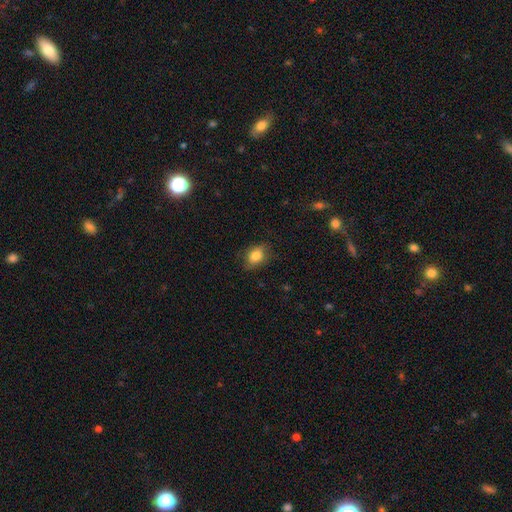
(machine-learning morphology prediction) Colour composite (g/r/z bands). It shows a smooth galaxy with no disk features (82%) that is in between round and cigar-shaped (66%). Merging: none (75%).